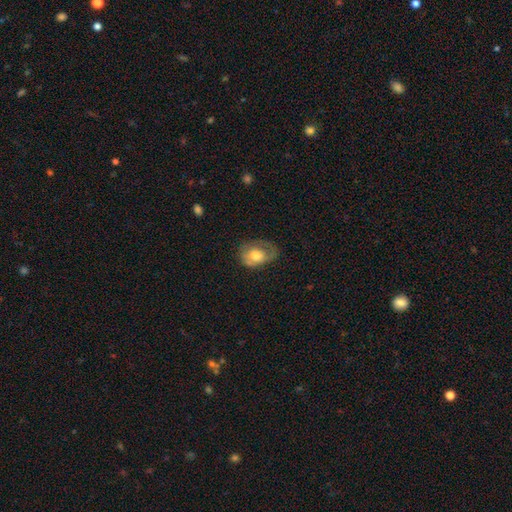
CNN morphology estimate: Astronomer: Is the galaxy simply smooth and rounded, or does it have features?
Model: smooth — 55% (runner-up: featured or disk, 38%).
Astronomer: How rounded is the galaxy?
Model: in between — 69%.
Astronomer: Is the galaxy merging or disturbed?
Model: none — 42% (runner-up: minor disturbance, 30%).